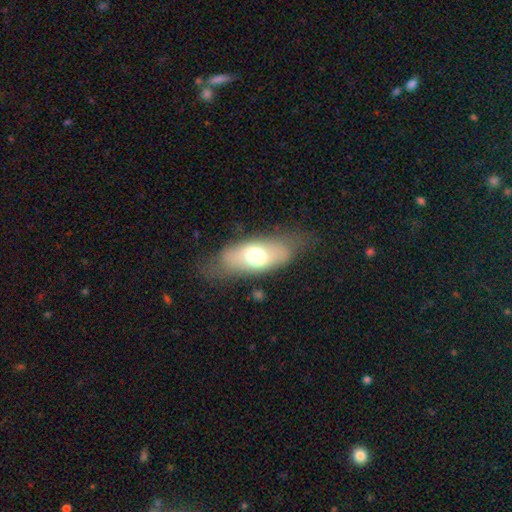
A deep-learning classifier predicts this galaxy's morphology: A smooth galaxy with no disk features (60%) that is in between round and cigar-shaped (81%). Merging: none (67%).